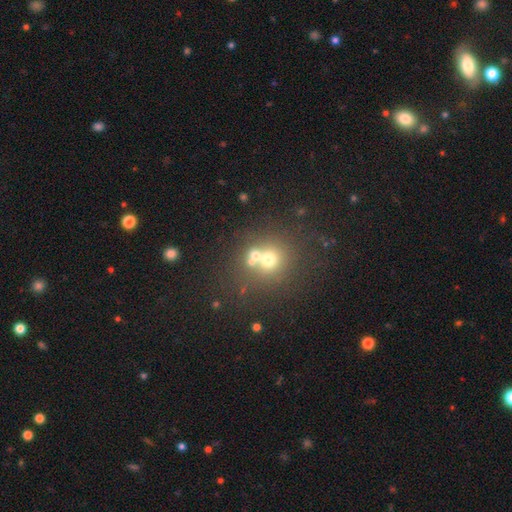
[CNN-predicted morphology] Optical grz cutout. It shows a smooth galaxy with no disk features (61%) that is round (85%). Merging: none (46%).